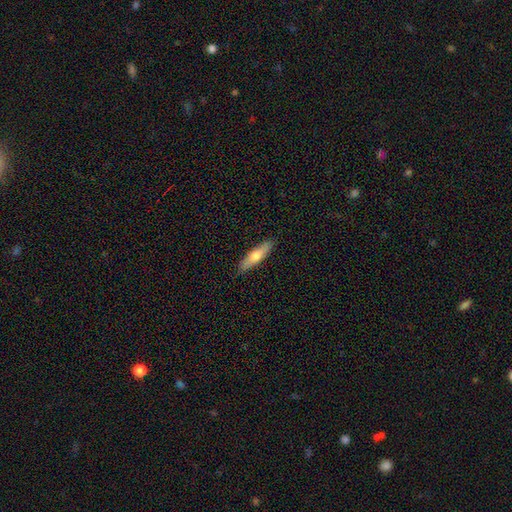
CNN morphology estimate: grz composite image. It shows a smooth galaxy with no disk features (63%) that is cigar-shaped (75%). Merging: none (89%).